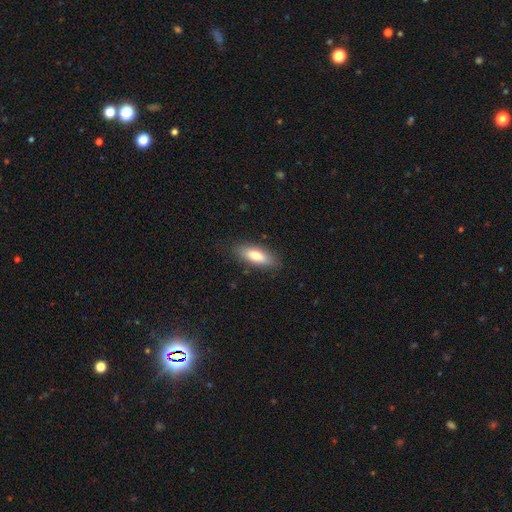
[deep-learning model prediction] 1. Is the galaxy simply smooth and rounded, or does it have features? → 79% smooth, 15% featured or disk, 6% star or artifact.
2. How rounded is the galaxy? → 63% in between, 35% cigar-shaped, 2% round.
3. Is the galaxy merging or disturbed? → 84% none, 12% minor disturbance, 3% major disturbance, 1% merger.